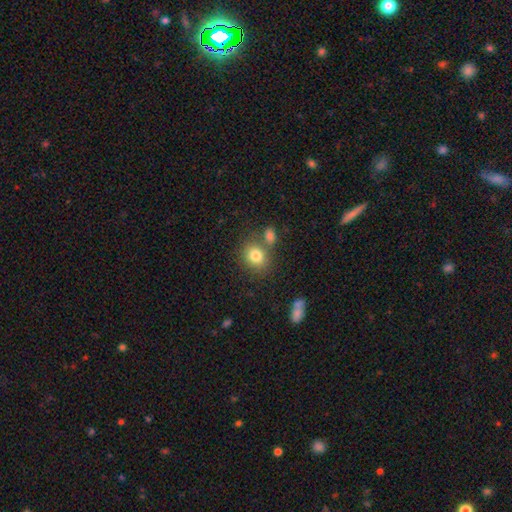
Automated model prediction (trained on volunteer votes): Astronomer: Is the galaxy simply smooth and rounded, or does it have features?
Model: smooth — 80%.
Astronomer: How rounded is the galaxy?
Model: round — 67%.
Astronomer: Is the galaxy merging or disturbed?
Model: none — 62%.